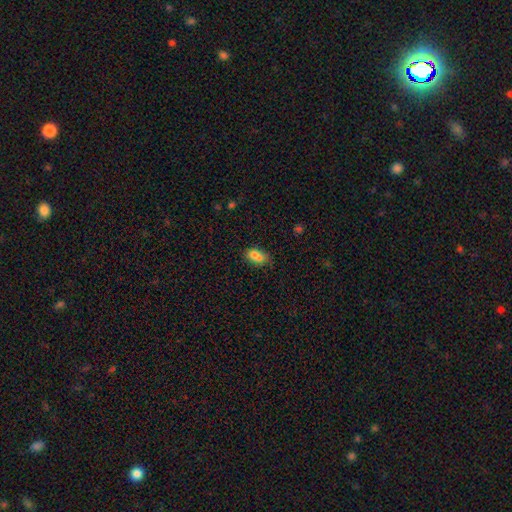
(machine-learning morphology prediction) Smooth or featured: smooth — 72% (featured or disk — 17%)
How rounded: in between — 67% (round — 31%)
Merging: merger — 52% (none — 31%)